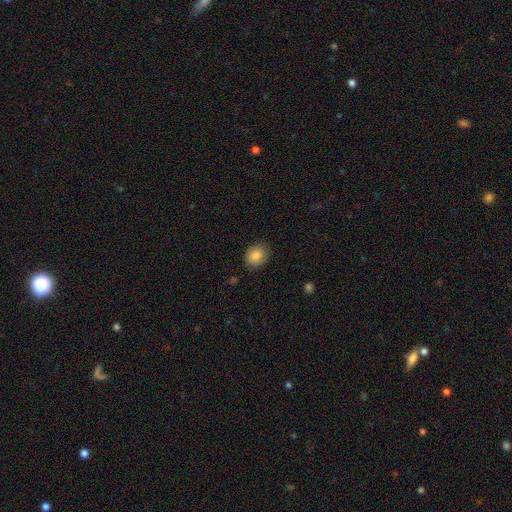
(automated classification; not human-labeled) smooth_or_featured: smooth (p=0.87) [alt: star or artifact p=0.09]
how_rounded: round (p=0.63) [alt: in between p=0.36]
merging: none (p=0.85) [alt: minor disturbance p=0.11]